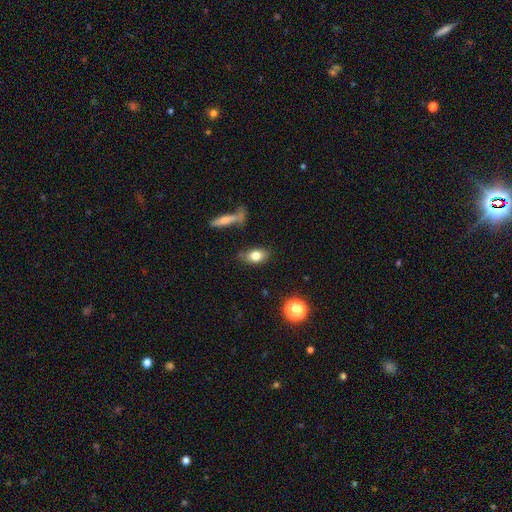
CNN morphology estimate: smooth 76%, featured or disk 14%, star or artifact 10%. Down the decision tree: how rounded — in between (78%); merging — none (77%).